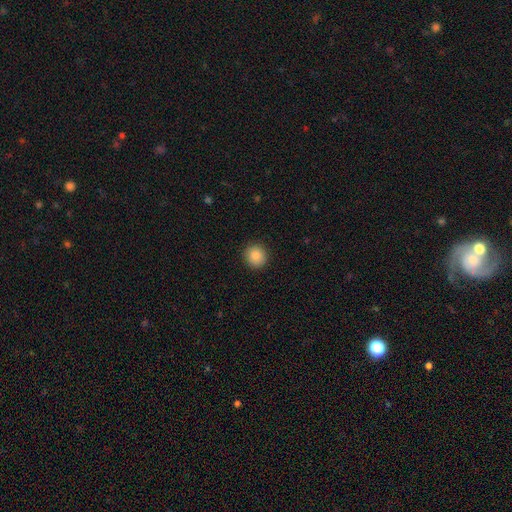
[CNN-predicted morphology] Smooth or featured: smooth — 86% (star or artifact — 9%)
How rounded: round — 93% (in between — 6%)
Merging: none — 92% (minor disturbance — 5%)